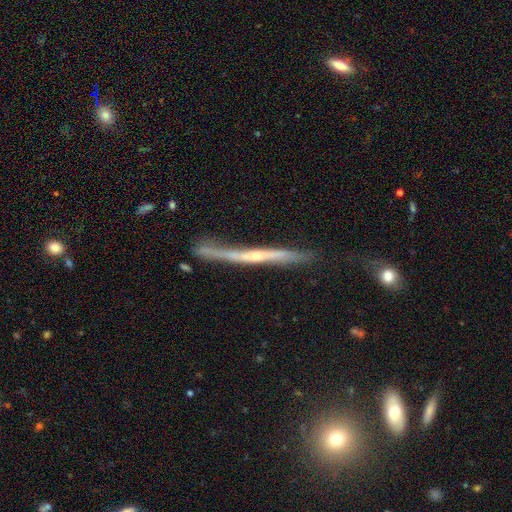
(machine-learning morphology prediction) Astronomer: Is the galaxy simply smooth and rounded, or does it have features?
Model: featured or disk — 74%.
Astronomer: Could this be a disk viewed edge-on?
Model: yes — 94%.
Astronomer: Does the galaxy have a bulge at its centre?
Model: none — 48% (runner-up: rounded, 44%).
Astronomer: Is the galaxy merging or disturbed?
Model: none — 62%.